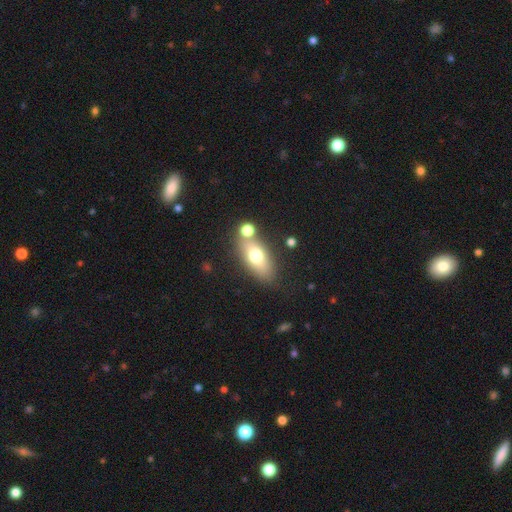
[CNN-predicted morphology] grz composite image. It shows a smooth galaxy with no disk features (69%) that is in between round and cigar-shaped (79%). Merging: none (67%).